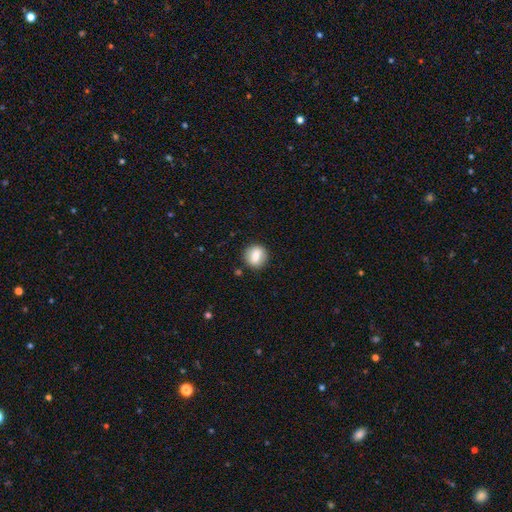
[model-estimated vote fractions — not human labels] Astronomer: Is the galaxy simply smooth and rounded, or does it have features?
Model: smooth — 75%.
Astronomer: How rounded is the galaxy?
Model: round — 84%.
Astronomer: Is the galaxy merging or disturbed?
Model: none — 87%.